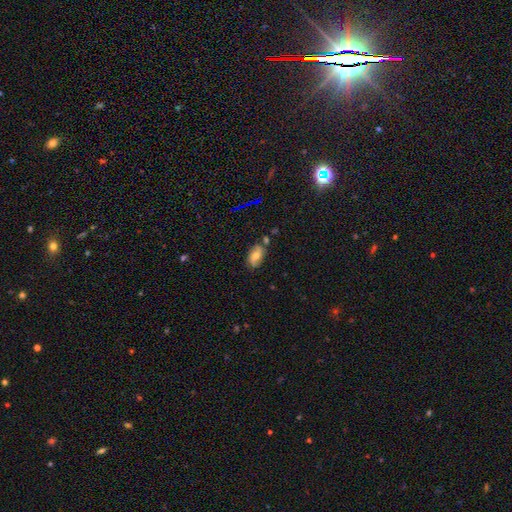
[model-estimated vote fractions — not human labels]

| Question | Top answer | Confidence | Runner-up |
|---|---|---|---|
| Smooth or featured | featured or disk | 50% | smooth (38%) |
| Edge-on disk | no | 94% | yes (6%) |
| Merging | none | 70% | minor disturbance (19%) |